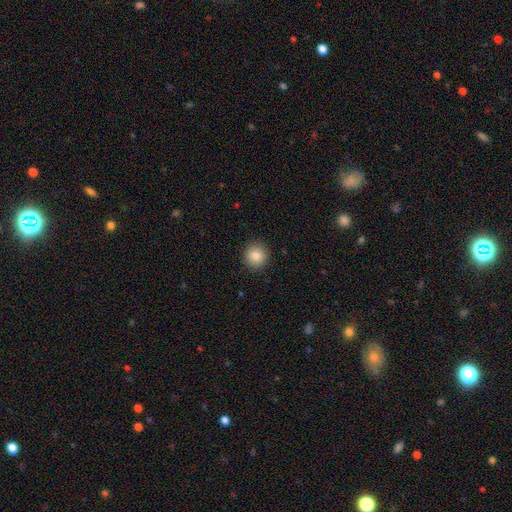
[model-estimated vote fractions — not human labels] This appears to be a smooth galaxy with no disk features (84%) that is round (93%). Merging: none (92%).